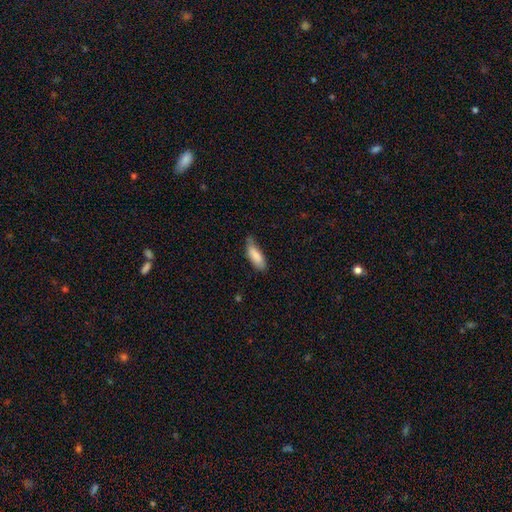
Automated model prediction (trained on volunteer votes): Smooth or featured?
  - smooth: 86% *
  - featured or disk: 8%
  - star or artifact: 6%
How rounded?
  - in between: 67% *
  - cigar-shaped: 31%
  - round: 2%
Merging?
  - none: 60% *
  - minor disturbance: 32%
  - major disturbance: 6%
  - merger: 3%